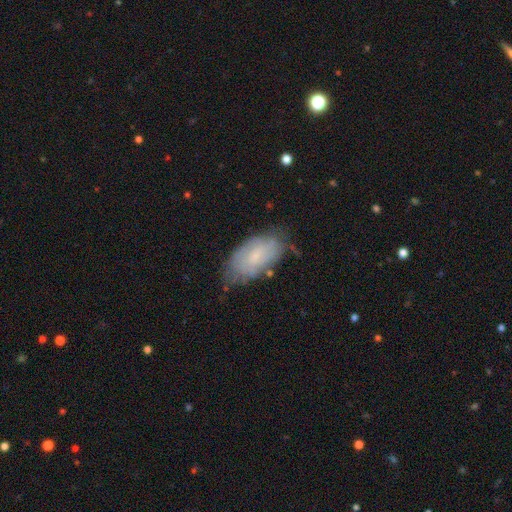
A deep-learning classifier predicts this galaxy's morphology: Smooth or featured? smooth (58%)
How rounded? in between (92%)
Merging? none (61%)